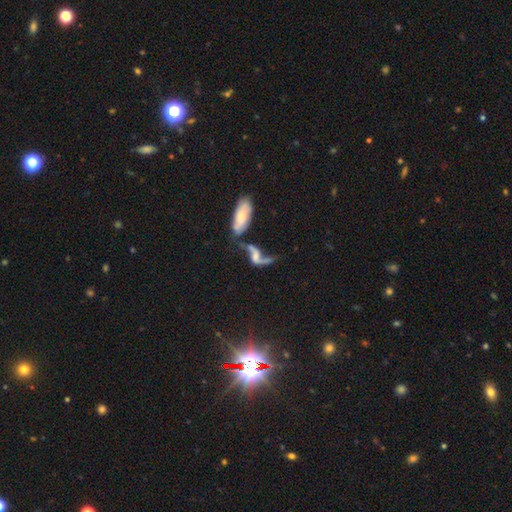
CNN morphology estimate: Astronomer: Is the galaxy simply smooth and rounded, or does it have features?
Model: featured or disk — 71%.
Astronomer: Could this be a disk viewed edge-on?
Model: no — 88%.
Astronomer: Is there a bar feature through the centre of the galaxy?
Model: no — 53% (runner-up: weak, 34%).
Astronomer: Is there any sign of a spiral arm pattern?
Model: yes — 86%.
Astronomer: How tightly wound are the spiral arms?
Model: loose — 89%.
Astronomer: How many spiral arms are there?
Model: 2 — 84%.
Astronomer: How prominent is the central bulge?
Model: none — 33% (runner-up: small, 29%).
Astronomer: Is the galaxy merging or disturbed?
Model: merger — 35% (runner-up: none, 30%).